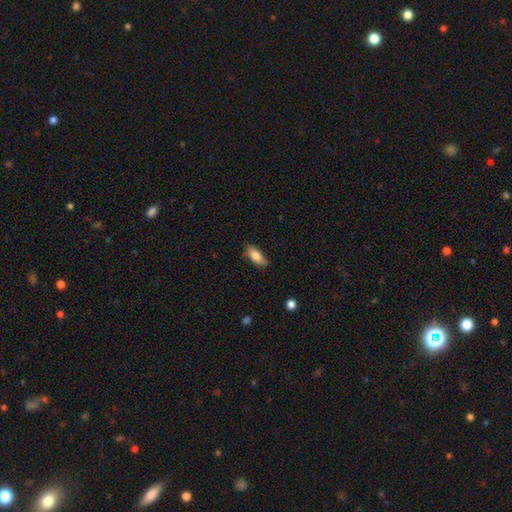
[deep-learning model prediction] The model was most divided on "merging": none: 78%, minor disturbance: 18%, major disturbance: 3%, merger: 1%. More confident: smooth or featured — smooth (80%); how rounded — in between (80%).